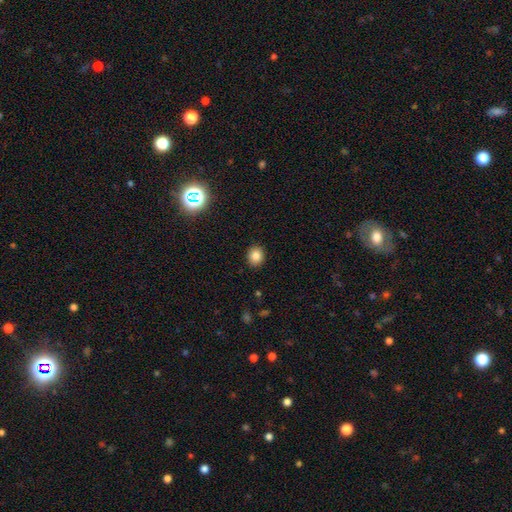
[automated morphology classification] Smooth or featured?
  - smooth: 84% *
  - star or artifact: 11%
  - featured or disk: 5%
How rounded?
  - round: 67% *
  - in between: 32%
  - cigar-shaped: 1%
Merging?
  - none: 90% *
  - minor disturbance: 7%
  - major disturbance: 2%
  - merger: 1%